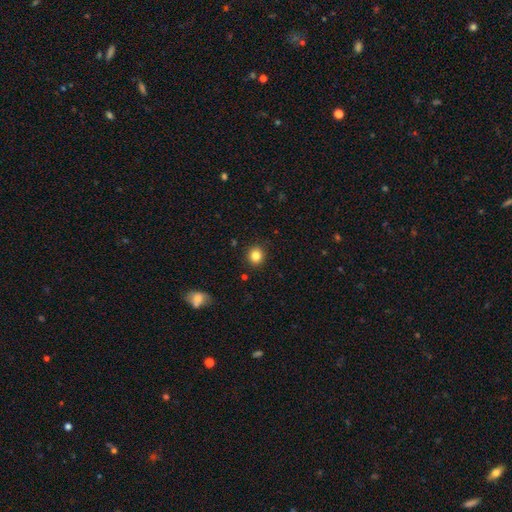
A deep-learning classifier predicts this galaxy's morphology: Smooth or featured? smooth (84%)
How rounded? round (87%)
Merging? none (91%)